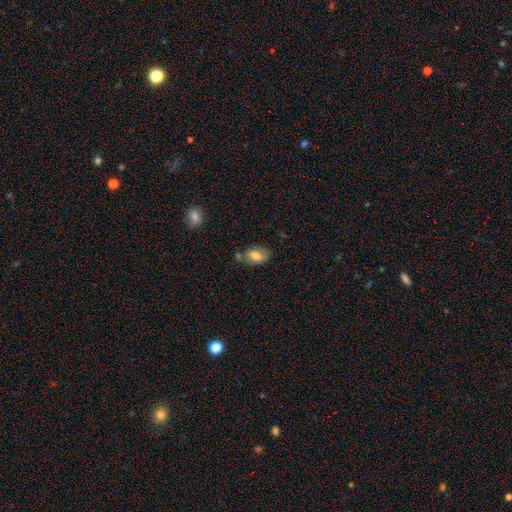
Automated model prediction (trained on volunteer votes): Smooth or featured? Predicted: smooth (p=0.72). How rounded? Predicted: in between (p=0.89). Merging? Predicted: none (p=0.58).